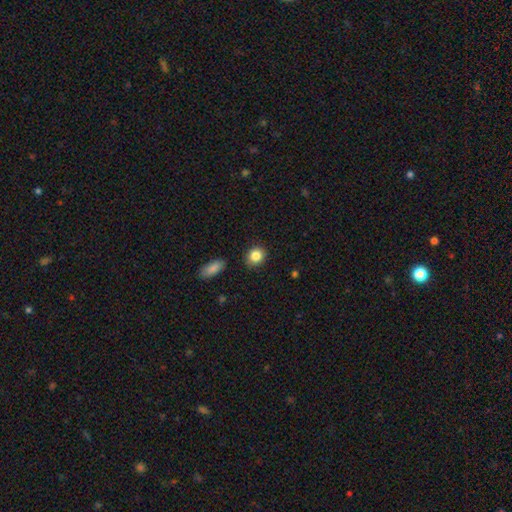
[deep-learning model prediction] The model was most divided on "how rounded": round: 70%, in between: 29%, cigar-shaped: 1%. More confident: merging — none (88%); smooth or featured — smooth (86%).